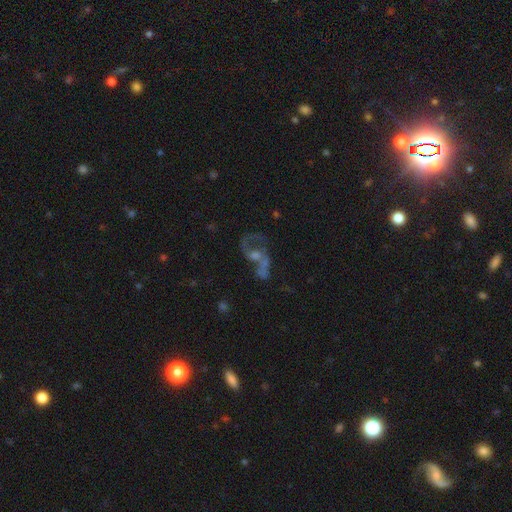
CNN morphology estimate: This appears to be a featured or disk galaxy (68%) with no bar (68%), spiral arms (67%) and a moderate central bulge (46%). Merging: merger (34%).